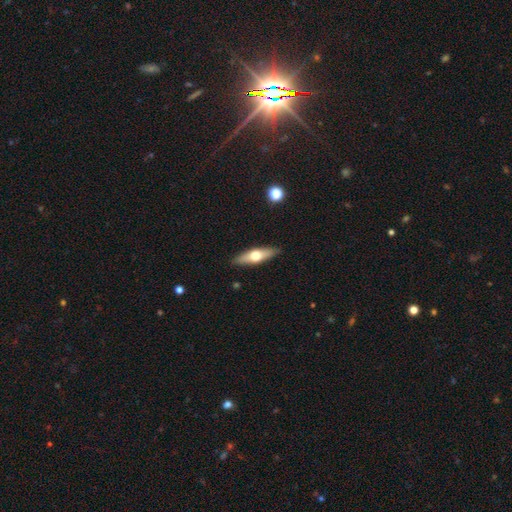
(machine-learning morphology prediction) smooth-or-featured: featured or disk: 47% (tied) | smooth: 47% (tied) | star or artifact: 6%
  merging: none: 89% | minor disturbance: 8% | major disturbance: 2% | merger: 1%